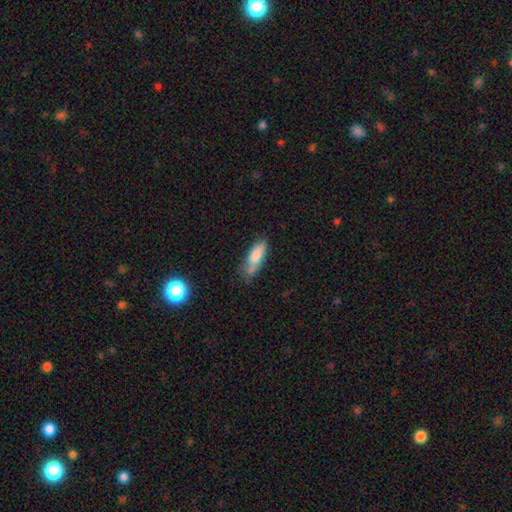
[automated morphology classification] The model was most divided on "how rounded": in between: 57%, cigar-shaped: 41%, round: 2%. Remaining: smooth or featured — smooth (77%); merging — none (48%).